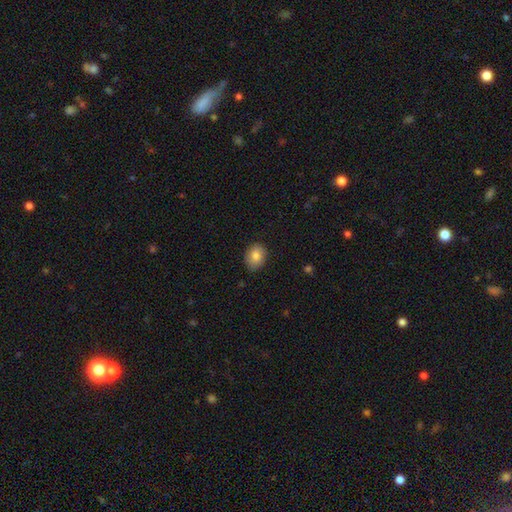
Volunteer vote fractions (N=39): This is clearly a smooth galaxy (90%). How rounded: likely in between (69%). Merging: clearly none (86%).